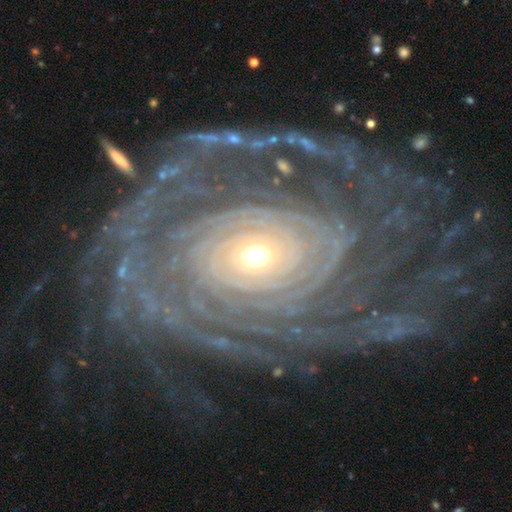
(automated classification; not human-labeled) This is clearly a featured or disk galaxy (91%). It is clearly not viewed edge-on (97%). Bar: likely no (76%). Spiral arm pattern: clearly yes (98%). Spiral arm count: marginally more than 4 (25%). Spiral winding: clearly tight (81%). Central bulge: possibly small (56%). Merging: likely none (70%).